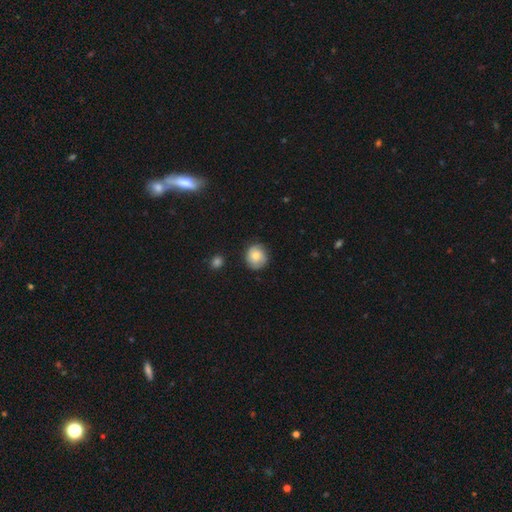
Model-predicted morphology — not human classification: smooth 72%, featured or disk 21%, star or artifact 8%. Down the decision tree: how rounded — round (88%); merging — none (80%).